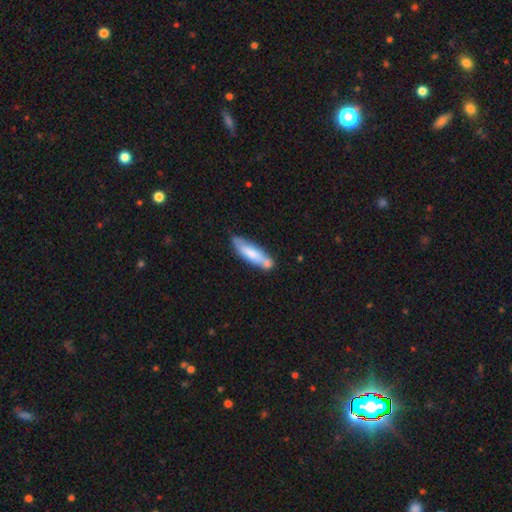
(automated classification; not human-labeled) Smooth or featured? smooth (67%)
How rounded? cigar-shaped (65%)
Merging? none (55%)